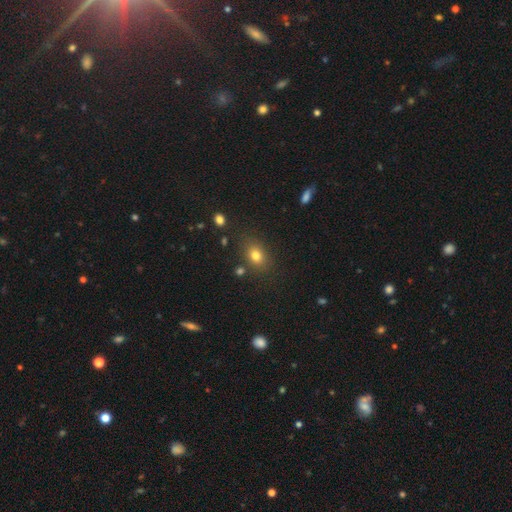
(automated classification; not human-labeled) This appears to be a smooth galaxy with no disk features (78%) that is in between round and cigar-shaped (62%). Merging: none (79%).